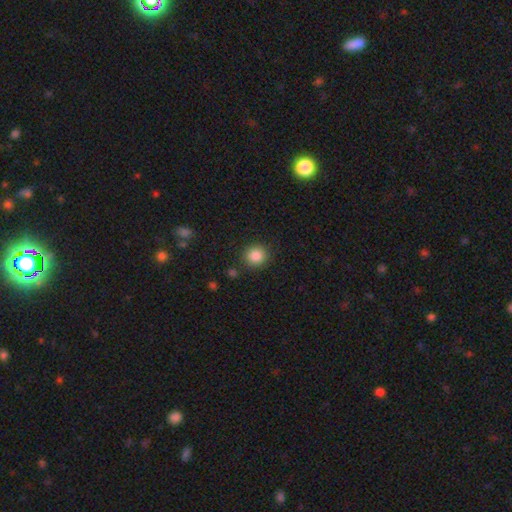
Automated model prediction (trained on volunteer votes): smooth_or_featured: smooth (p=0.87) [alt: star or artifact p=0.10]
how_rounded: round (p=0.88) [alt: in between p=0.11]
merging: none (p=0.87) [alt: minor disturbance p=0.08]